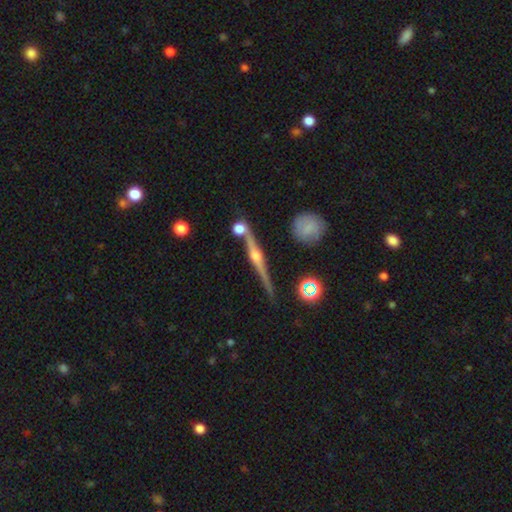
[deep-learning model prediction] Overall: featured or disk (83%). Edge-on disk: yes (98%). Edge-on bulge: rounded (92%). Merging: none (80%).